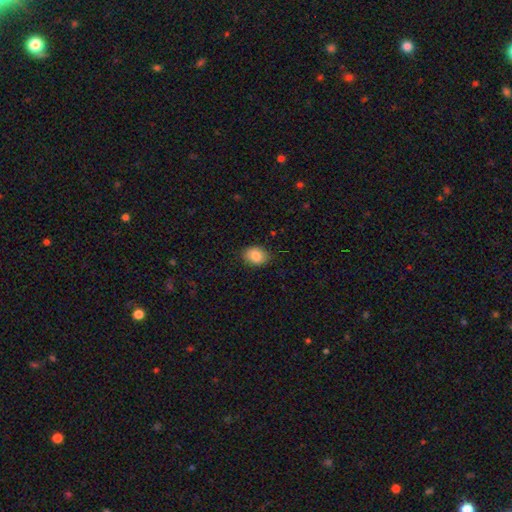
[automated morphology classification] Smooth or featured: smooth — 85% (star or artifact — 8%)
How rounded: in between — 61% (round — 38%)
Merging: none — 86% (minor disturbance — 11%)